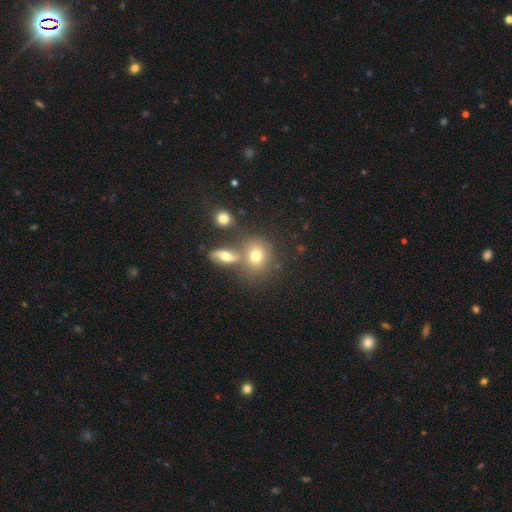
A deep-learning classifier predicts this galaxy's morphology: This is likely a smooth galaxy (74%). How rounded: likely round (64%). Merging: possibly none (53%).